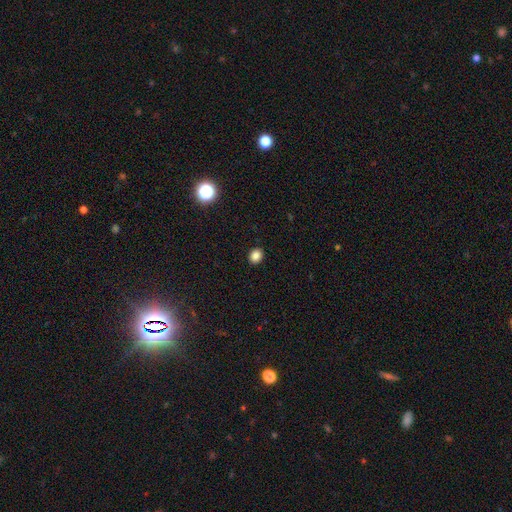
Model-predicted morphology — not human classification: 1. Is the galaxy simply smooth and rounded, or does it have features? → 85% smooth, 11% star or artifact, 4% featured or disk.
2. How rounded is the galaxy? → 63% round, 36% in between, 1% cigar-shaped.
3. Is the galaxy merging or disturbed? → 91% none, 6% minor disturbance, 2% major disturbance, 1% merger.